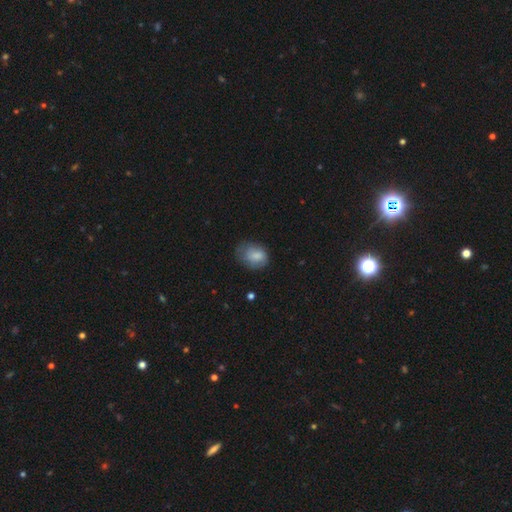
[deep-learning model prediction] Q: Smooth or featured?
A: smooth (80%); runner-up: featured or disk (12%)
Q: How rounded?
A: in between (60%); runner-up: round (39%)
Q: Merging?
A: none (53%); runner-up: minor disturbance (32%)